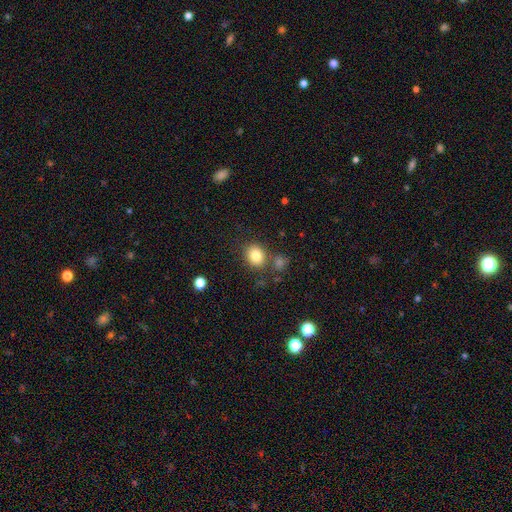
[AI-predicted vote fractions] smooth_or_featured: smooth (p=0.82) [alt: star or artifact p=0.10]
how_rounded: round (p=0.64) [alt: in between p=0.35]
merging: none (p=0.76) [alt: minor disturbance p=0.11]